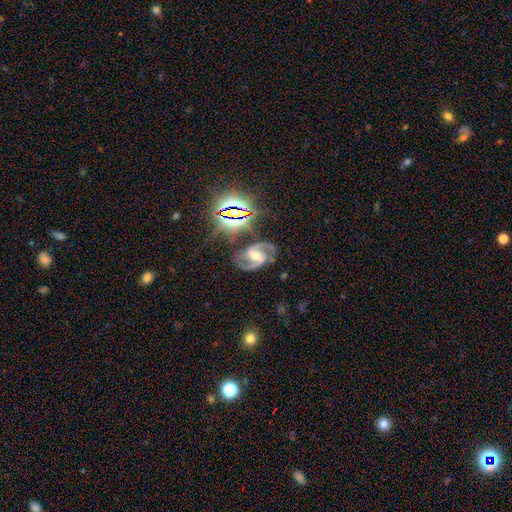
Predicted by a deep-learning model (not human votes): smooth-or-featured: featured or disk: 85% | star or artifact: 11% | smooth: 4%
  disk-edge-on: no: 98% | yes: 2%
    bar: weak: 43% | strong: 29% | no: 28%
    has-spiral-arms: yes: 98% | no: 2%
      spiral-winding: medium: 63% | tight: 21% | loose: 16%
      spiral-arm-count: 2: 93% | can't tell: 2% | 3: 2% | 1: 1% | 4: 1% | more than 4: 1%
    bulge-size: moderate: 62% | small: 31% | large: 4% | none: 2% | dominant: 1%
  merging: none: 77% | minor disturbance: 14% | major disturbance: 6% | merger: 3%